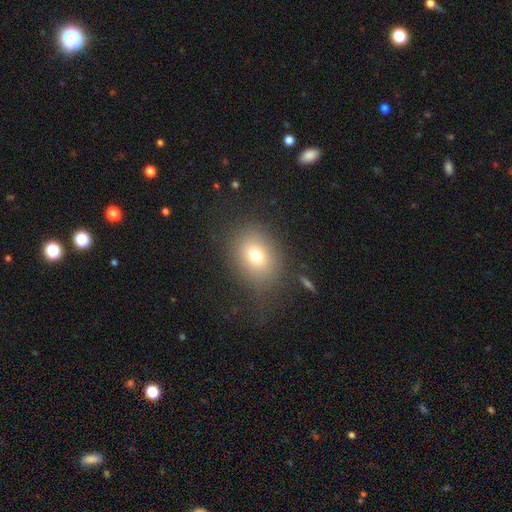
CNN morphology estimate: This is likely a smooth galaxy (71%). How rounded: possibly round (53%). Merging: likely none (72%).